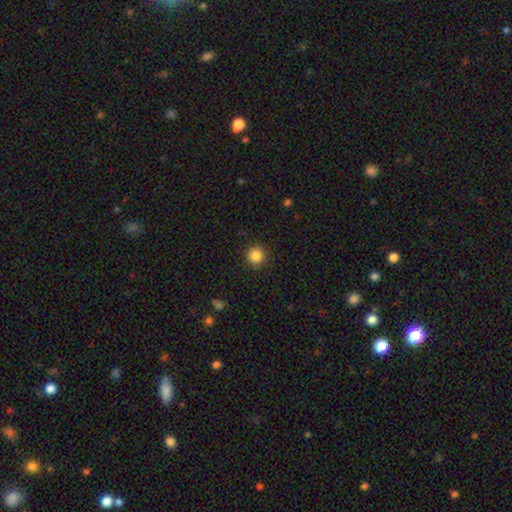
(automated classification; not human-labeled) smooth 85%, star or artifact 11%, featured or disk 4%. Down the decision tree: how rounded — round (94%); merging — none (92%).